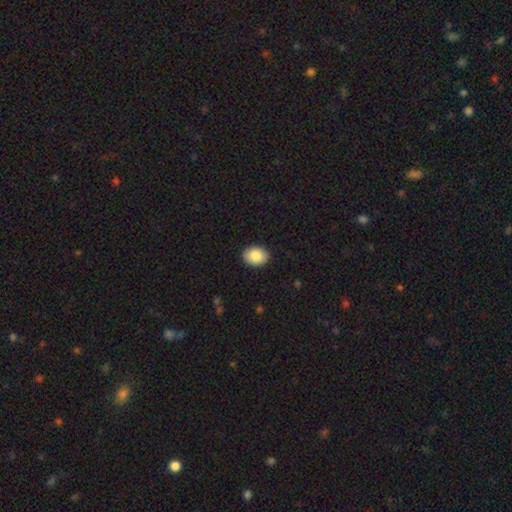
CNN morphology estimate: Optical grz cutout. It shows a smooth galaxy with no disk features (85%) that is in between round and cigar-shaped (66%). Merging: none (91%).